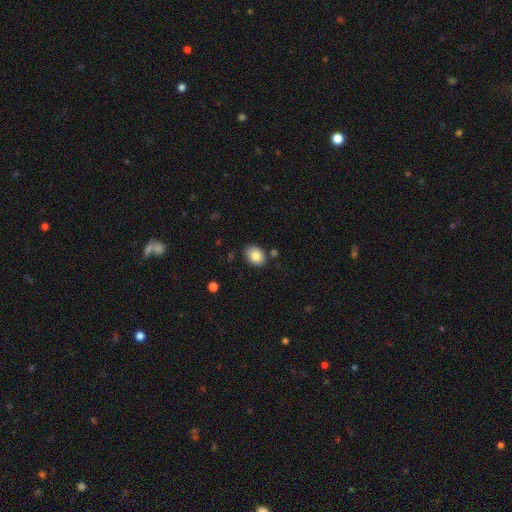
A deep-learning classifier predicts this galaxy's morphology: This is clearly a smooth galaxy (84%). How rounded: likely in between (65%). Merging: clearly none (80%).